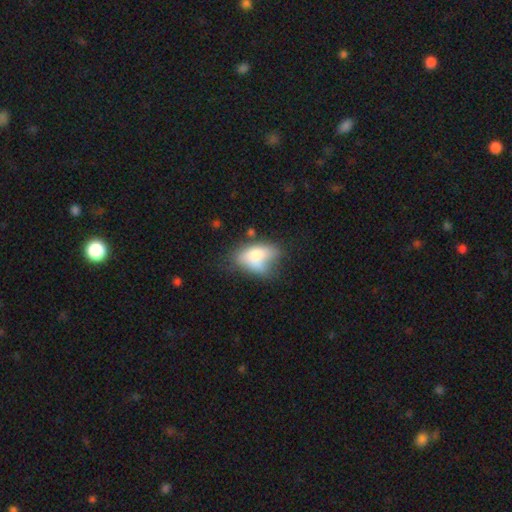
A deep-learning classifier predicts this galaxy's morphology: Smooth or featured? smooth (68%)
How rounded? in between (87%)
Merging? none (33%)